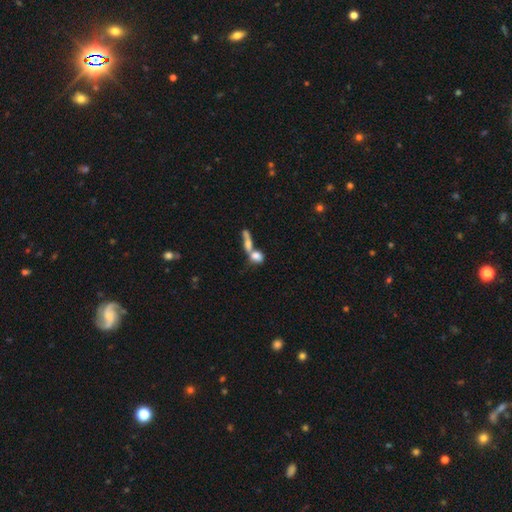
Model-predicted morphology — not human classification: Q: Smooth or featured?
A: smooth (68%); runner-up: featured or disk (22%)
Q: How rounded?
A: in between (46%); runner-up: round (37%)
Q: Merging?
A: merger (62%); runner-up: none (23%)